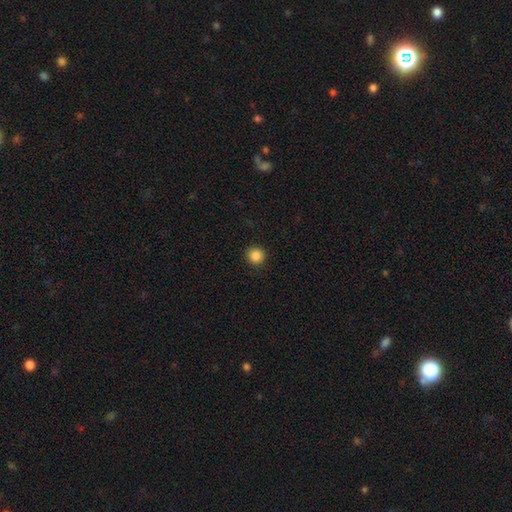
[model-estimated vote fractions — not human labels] smooth 86%, star or artifact 10%, featured or disk 3%. Down the decision tree: how rounded — round (94%); merging — none (92%).